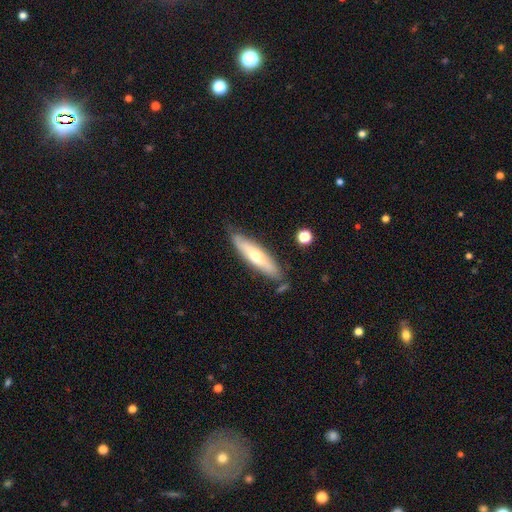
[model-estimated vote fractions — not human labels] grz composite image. It shows a featured or disk galaxy (48%). Merging: none (76%).